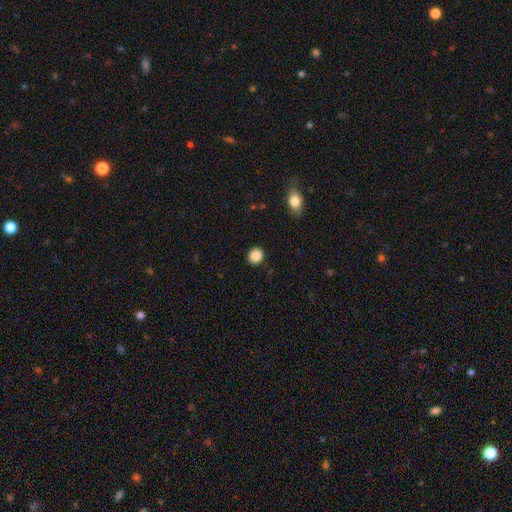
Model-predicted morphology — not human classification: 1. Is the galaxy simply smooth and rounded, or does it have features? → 87% smooth, 9% star or artifact, 3% featured or disk.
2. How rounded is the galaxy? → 79% round, 20% in between, 1% cigar-shaped.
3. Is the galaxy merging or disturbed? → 90% none, 7% minor disturbance, 2% major disturbance, 1% merger.